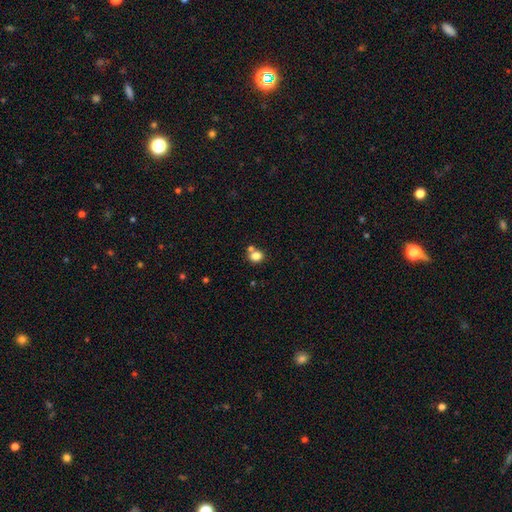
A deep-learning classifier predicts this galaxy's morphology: smooth-or-featured: smooth: 81% | star or artifact: 12% | featured or disk: 7%
  how-rounded: round: 72% | in between: 28% | cigar-shaped: 1%
  merging: none: 61% | merger: 26% | minor disturbance: 9% | major disturbance: 4%